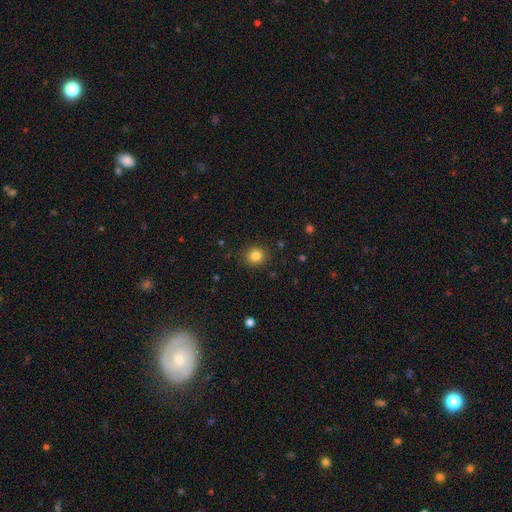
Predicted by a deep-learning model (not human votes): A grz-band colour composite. It shows a smooth galaxy with no disk features (83%) that is round (85%). Merging: none (88%).